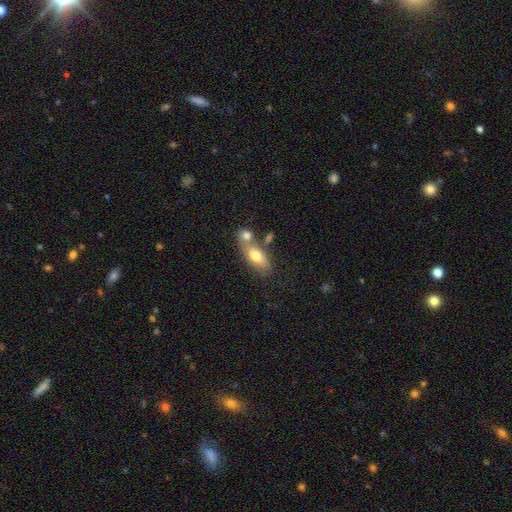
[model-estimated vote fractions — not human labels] smooth-or-featured: smooth: 70% | featured or disk: 23% | star or artifact: 7%
  how-rounded: in between: 80% | cigar-shaped: 15% | round: 6%
  merging: merger: 45% | none: 38% | minor disturbance: 12% | major disturbance: 5%